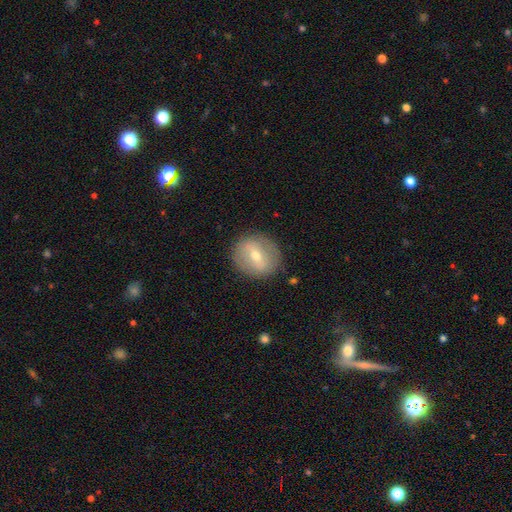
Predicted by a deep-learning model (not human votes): Smooth or featured: featured or disk — 49% (smooth — 43%)
Merging: none — 85% (minor disturbance — 10%)